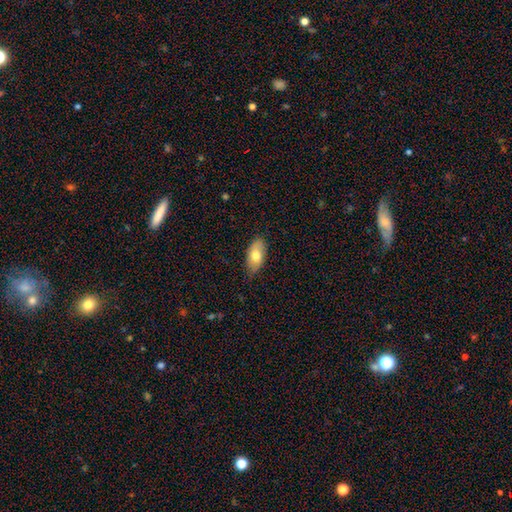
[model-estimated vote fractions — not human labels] This appears to be a smooth galaxy with no disk features (72%) that is in between round and cigar-shaped (92%). Merging: none (78%).